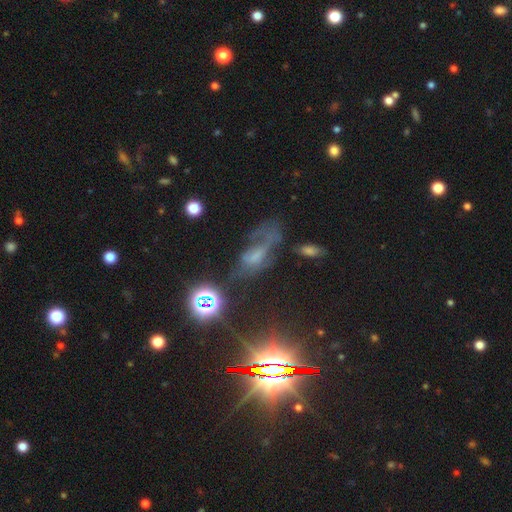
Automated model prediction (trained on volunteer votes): Smooth or featured? featured or disk (42%)
Merging? major disturbance (37%)